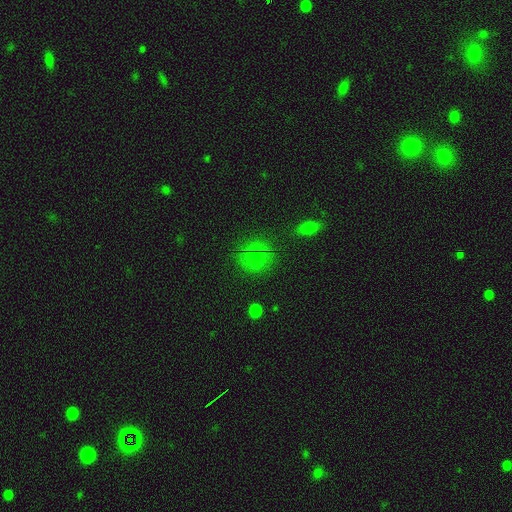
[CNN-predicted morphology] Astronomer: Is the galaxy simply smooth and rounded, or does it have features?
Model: smooth — 69%.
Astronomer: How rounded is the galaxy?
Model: round — 85%.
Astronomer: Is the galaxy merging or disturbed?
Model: none — 75%.